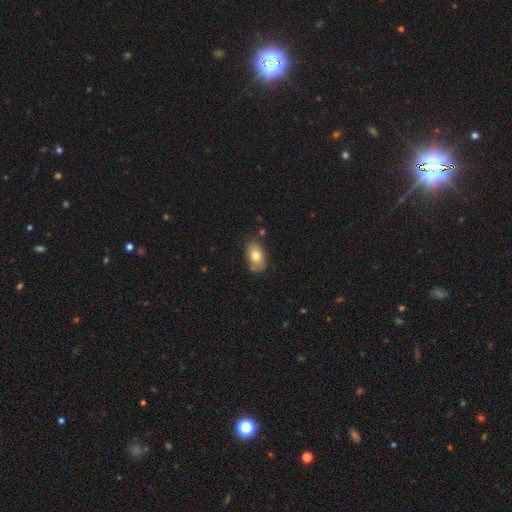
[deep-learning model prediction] A smooth galaxy with no disk features (77%) that is in between round and cigar-shaped (90%).

Vote fractions:
- Smooth or featured? smooth: 77% / featured or disk: 15% / star or artifact: 7%
- How rounded? in between: 90% / round: 8% / cigar-shaped: 2%
- Merging? none: 72% / minor disturbance: 21% / major disturbance: 4% / merger: 3%